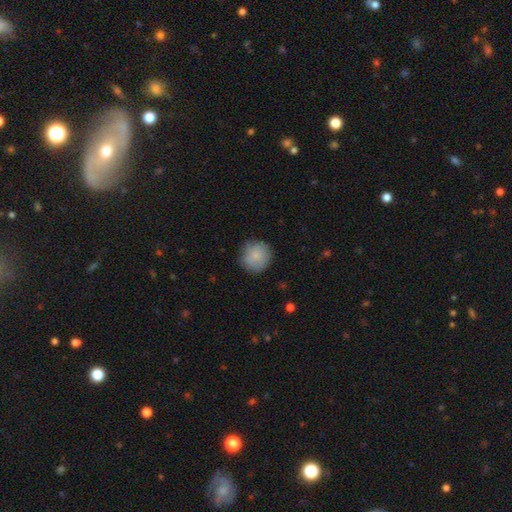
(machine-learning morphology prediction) This is clearly a smooth galaxy (81%). How rounded: clearly round (90%). Merging: likely none (79%).